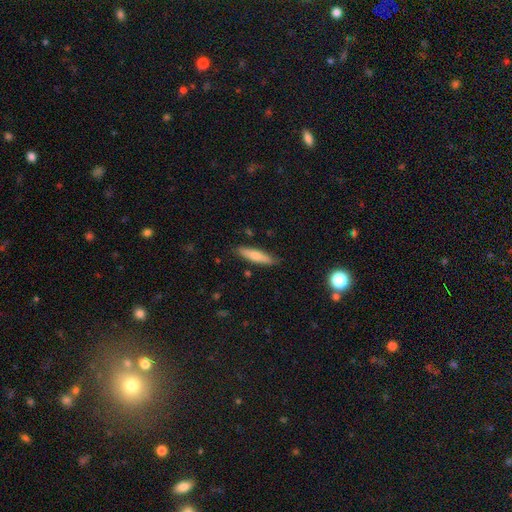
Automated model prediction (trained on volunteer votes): Smooth or featured? smooth (66%)
How rounded? cigar-shaped (80%)
Merging? none (86%)